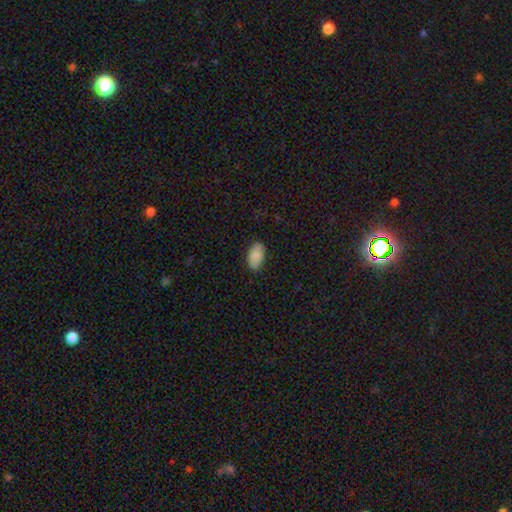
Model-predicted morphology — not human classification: smooth-or-featured: smooth: 87% | star or artifact: 7% | featured or disk: 6%
  how-rounded: in between: 95% | round: 3% | cigar-shaped: 2%
  merging: none: 83% | minor disturbance: 14% | major disturbance: 3% | merger: 1%